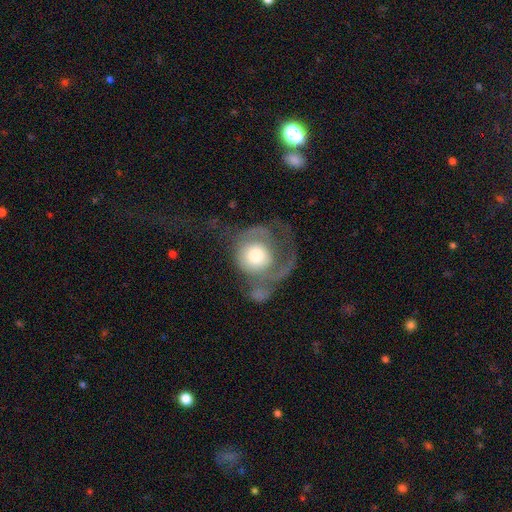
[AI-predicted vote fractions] Overall: featured or disk (54%; smooth 40%). Edge-on disk: no (97%). Bar: no (83%). Spiral arms: yes (63%; no 37%). Bulge size: moderate (50%; large 33%). Merging: major disturbance (49%; none 20%).